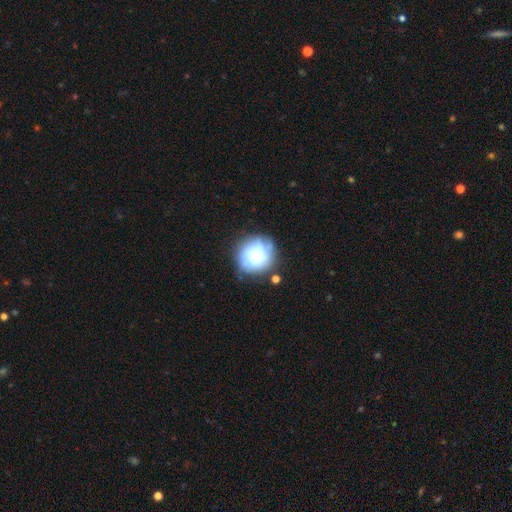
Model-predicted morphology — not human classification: The model was most divided on "smooth or featured": smooth: 62%, featured or disk: 29%, star or artifact: 9%. More confident: how rounded — round (90%); merging — none (68%).